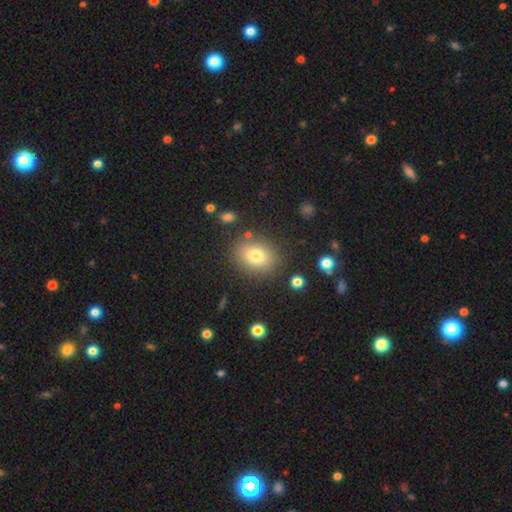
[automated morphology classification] Overall: smooth (77%). How rounded: in between (51%; round 48%). Merging: none (83%).